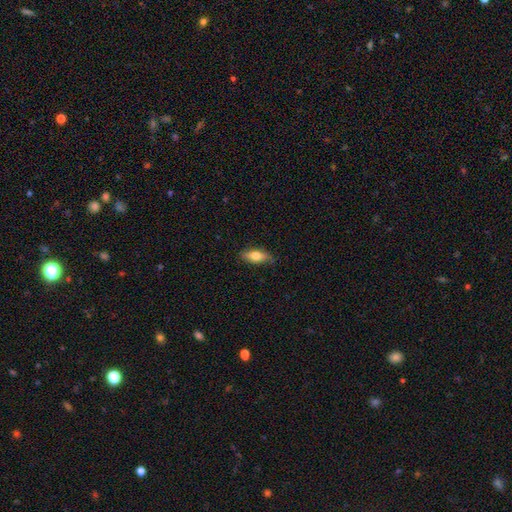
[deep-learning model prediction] smooth 72%, featured or disk 22%, star or artifact 6%. Down the decision tree: how rounded — in between (75%); merging — none (76%).